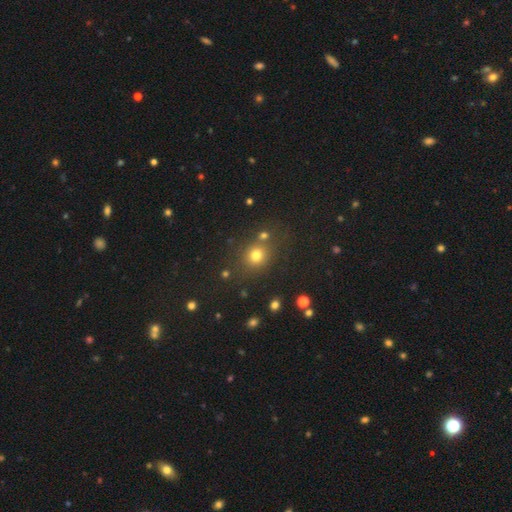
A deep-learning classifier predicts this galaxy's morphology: Smooth or featured? Predicted: smooth (p=0.74). How rounded? Predicted: round (p=0.80). Merging? Predicted: none (p=0.73).